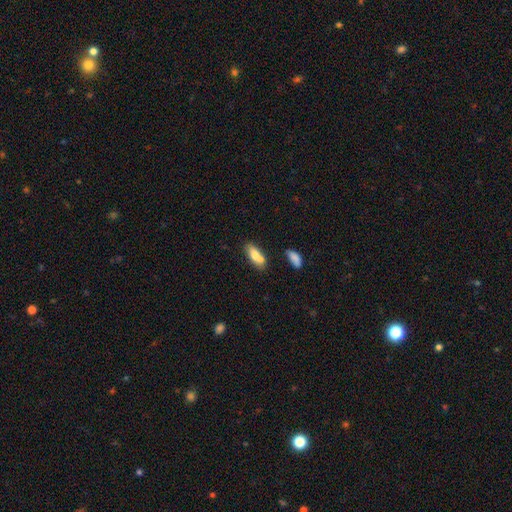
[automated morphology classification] Smooth or featured? Predicted: smooth (p=0.75). How rounded? Predicted: in between (p=0.74). Merging? Predicted: none (p=0.56).